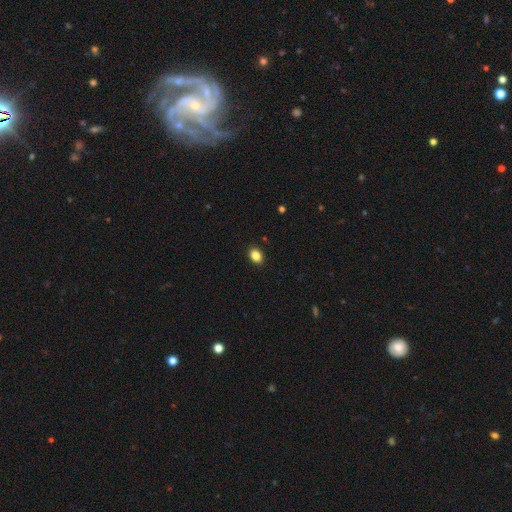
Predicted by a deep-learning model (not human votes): Smooth or featured? smooth (86%)
How rounded? in between (71%)
Merging? none (90%)